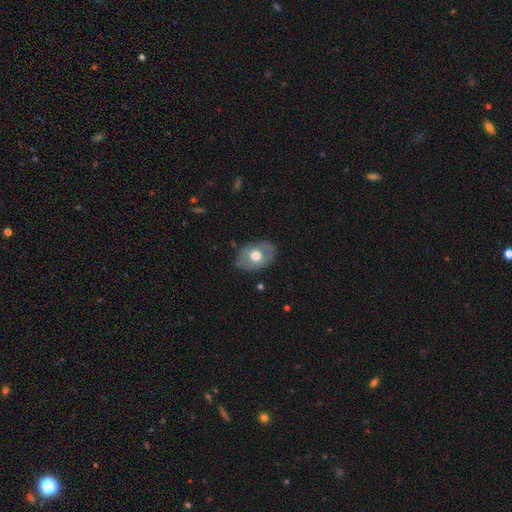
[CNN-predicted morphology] Smooth or featured? smooth (53%)
How rounded? in between (74%)
Merging? none (75%)